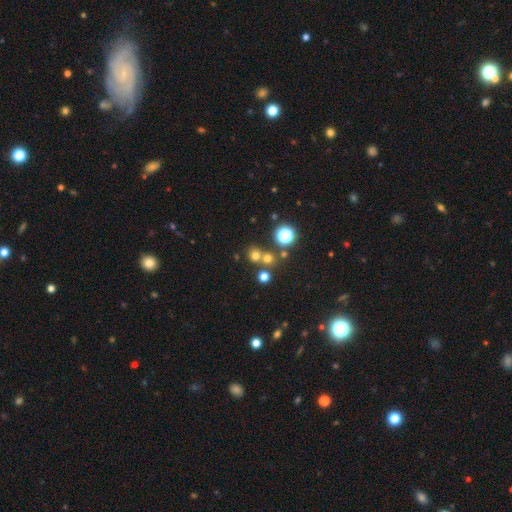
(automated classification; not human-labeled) Overall: smooth (63%; star or artifact 28%). How rounded: round (86%). Merging: none (63%; merger 27%).